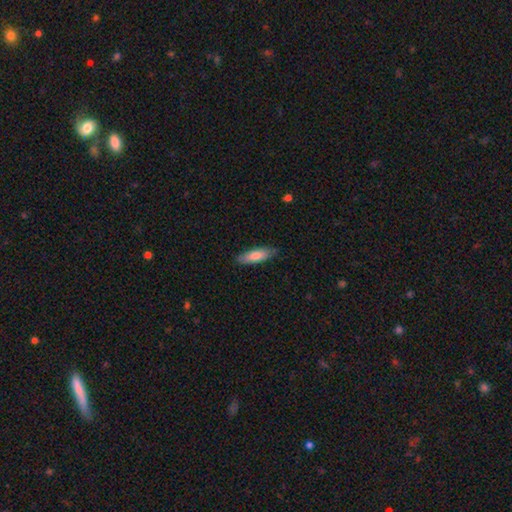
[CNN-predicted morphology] The model was most divided on "how rounded": cigar-shaped: 50%, in between: 49%, round: 2%. More confident: merging — none (84%); smooth or featured — smooth (78%).